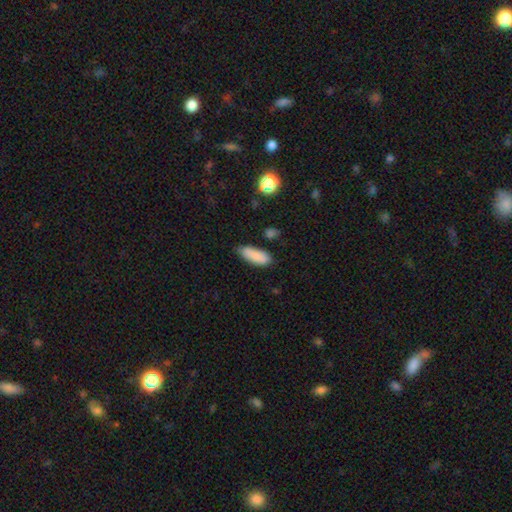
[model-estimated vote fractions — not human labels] smooth-or-featured: smooth: 85% | featured or disk: 8% | star or artifact: 7%
  how-rounded: in between: 73% | cigar-shaped: 25% | round: 2%
  merging: none: 72% | minor disturbance: 21% | merger: 4% | major disturbance: 4%